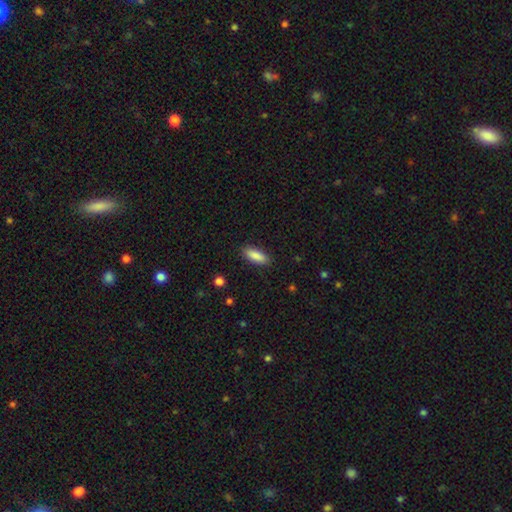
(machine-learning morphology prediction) smooth 88%, star or artifact 6%, featured or disk 6%. Down the decision tree: how rounded — in between (67%); merging — none (88%).